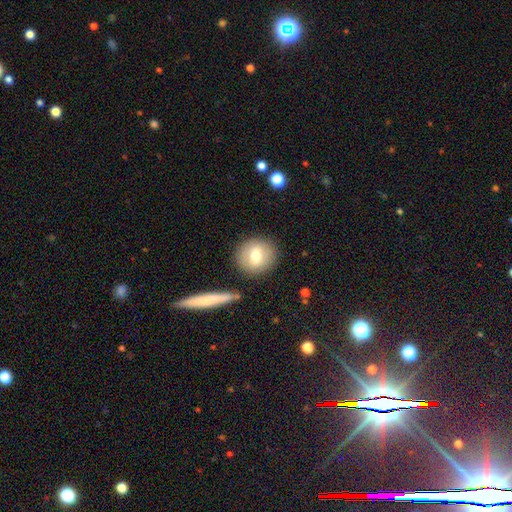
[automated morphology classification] Overall: smooth (69%). How rounded: round (88%). Merging: none (84%).